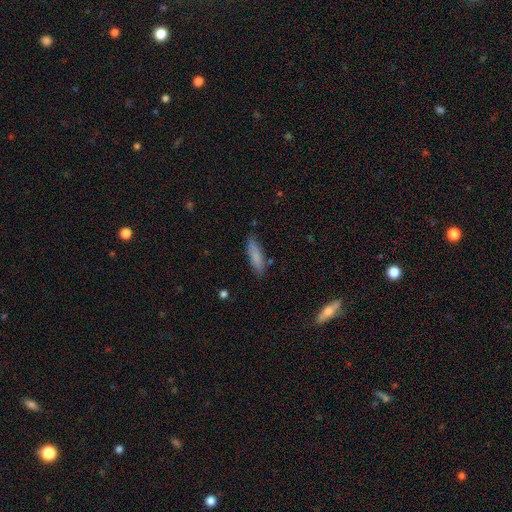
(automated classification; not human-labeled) Smooth or featured: smooth — 82% (featured or disk — 11%)
How rounded: cigar-shaped — 61% (in between — 37%)
Merging: none — 82% (minor disturbance — 13%)